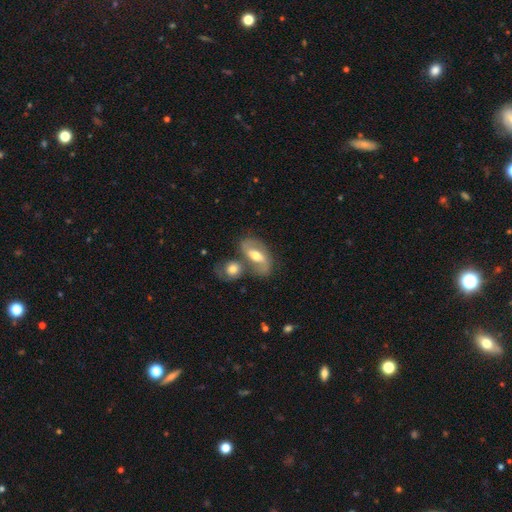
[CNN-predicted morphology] Smooth or featured?
  - featured or disk: 62% *
  - smooth: 31%
  - star or artifact: 7%
Edge-on disk?
  - no: 90% *
  - yes: 10%
Bar?
  - weak: 40% *
  - strong: 35%
  - no: 25%
Spiral arms?
  - yes: 76% *
  - no: 24%
Bulge size?
  - moderate: 72% *
  - small: 15%
  - large: 10%
  - none: 1%
  - dominant: 1%
Merging?
  - none: 51% *
  - merger: 28%
  - minor disturbance: 14%
  - major disturbance: 6%